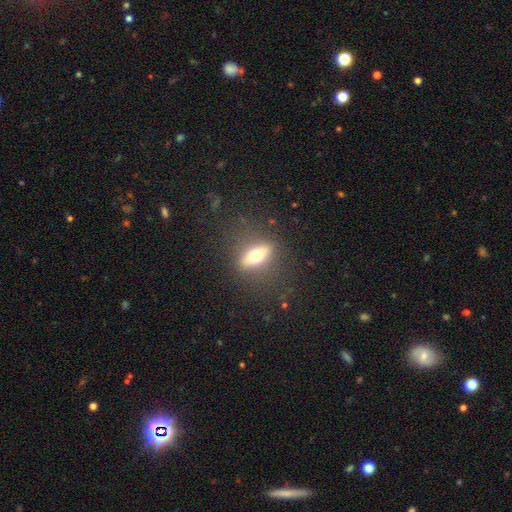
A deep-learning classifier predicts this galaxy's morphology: A smooth galaxy with no disk features (53%) that is in between round and cigar-shaped (59%).

Vote fractions:
- Smooth or featured? smooth: 53% / featured or disk: 38% / star or artifact: 9%
- How rounded? in between: 59% / cigar-shaped: 30% / round: 11%
- Merging? none: 81% / minor disturbance: 11% / major disturbance: 7% / merger: 2%